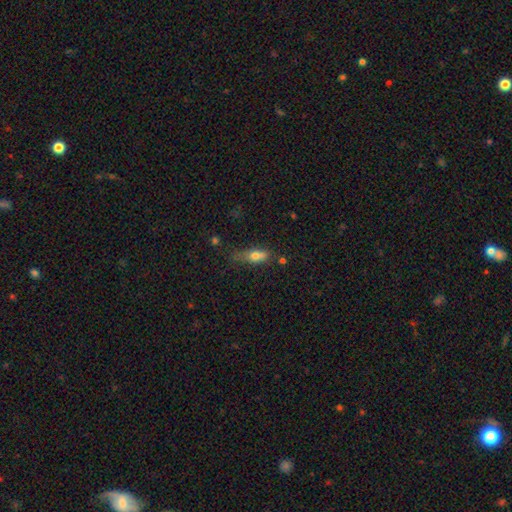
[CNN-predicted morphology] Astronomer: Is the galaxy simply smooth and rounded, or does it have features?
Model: smooth — 69%.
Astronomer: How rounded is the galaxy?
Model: in between — 59% (runner-up: cigar-shaped, 36%).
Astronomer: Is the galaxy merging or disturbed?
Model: none — 47% (runner-up: minor disturbance, 31%).